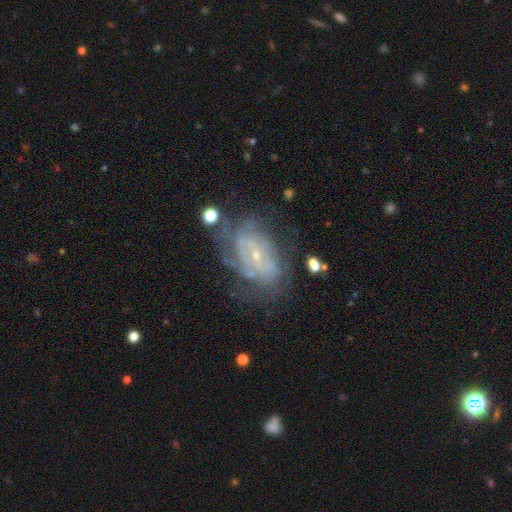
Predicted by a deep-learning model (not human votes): This appears to be a featured or disk galaxy (76%) with no bar (55%), tight (56%) spiral arms (78%) and a small central bulge (82%). Merging: none (56%).